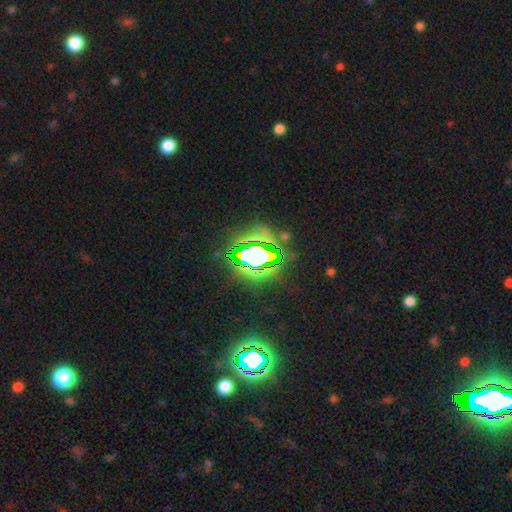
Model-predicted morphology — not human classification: smooth-or-featured: star or artifact: 73% | smooth: 15% | featured or disk: 12%